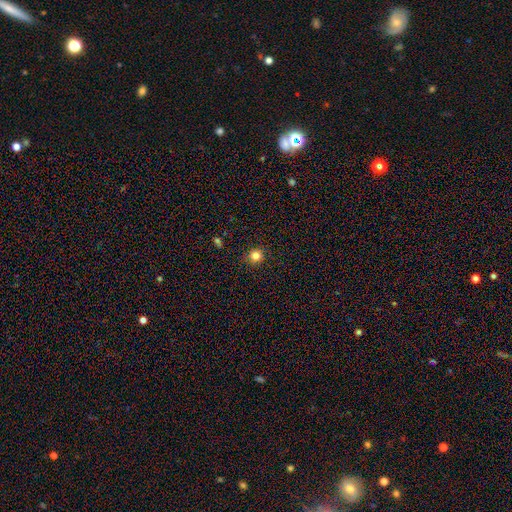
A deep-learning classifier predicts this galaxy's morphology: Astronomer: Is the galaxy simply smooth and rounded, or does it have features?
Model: smooth — 82%.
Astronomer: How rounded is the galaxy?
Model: round — 92%.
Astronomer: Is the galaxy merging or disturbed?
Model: none — 89%.